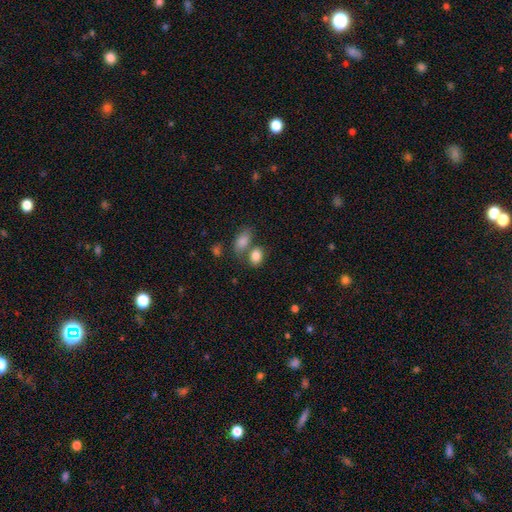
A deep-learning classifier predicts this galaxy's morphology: smooth_or_featured: smooth (p=0.84) [alt: star or artifact p=0.09]
how_rounded: in between (p=0.70) [alt: round p=0.28]
merging: none (p=0.51) [alt: merger p=0.32]